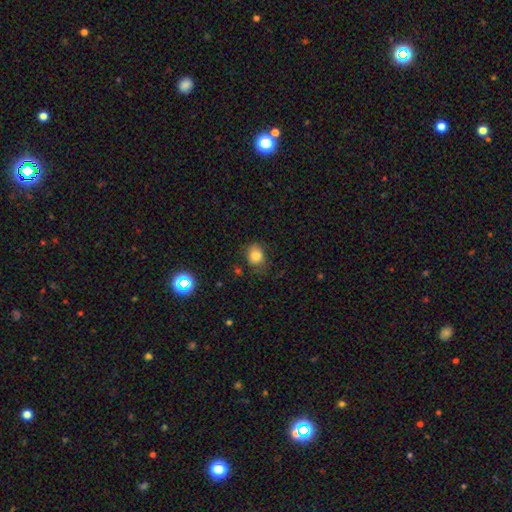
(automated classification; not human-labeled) A smooth galaxy with no disk features (82%) that is round (55%). Merging: none (66%).